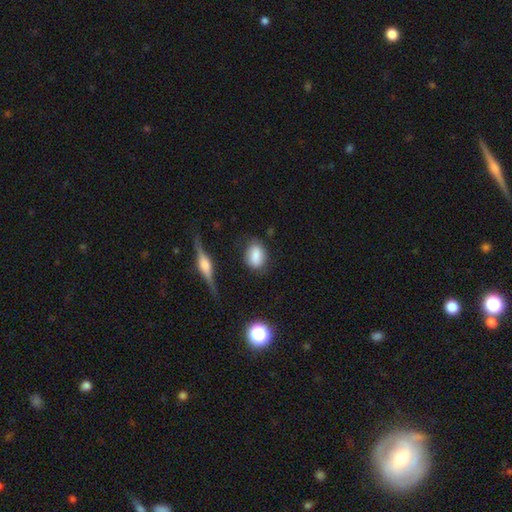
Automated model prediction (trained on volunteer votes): smooth_or_featured: smooth (p=0.81) [alt: featured or disk p=0.11]
how_rounded: in between (p=0.72) [alt: round p=0.25]
merging: none (p=0.74) [alt: minor disturbance p=0.18]